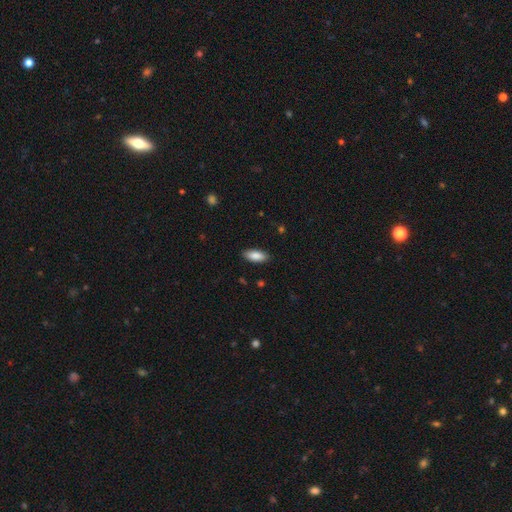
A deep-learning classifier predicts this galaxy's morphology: Smooth or featured? smooth (87%)
How rounded? in between (85%)
Merging? none (88%)